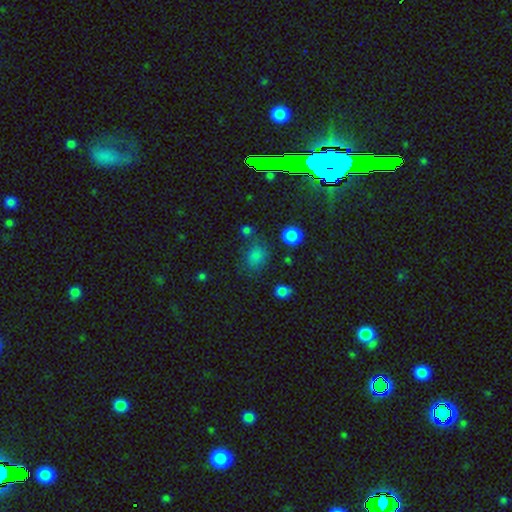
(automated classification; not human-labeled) smooth-or-featured: smooth: 64% | star or artifact: 29% | featured or disk: 7%
  how-rounded: round: 52% | in between: 46% | cigar-shaped: 2%
  merging: none: 71% | minor disturbance: 15% | merger: 7% | major disturbance: 7%